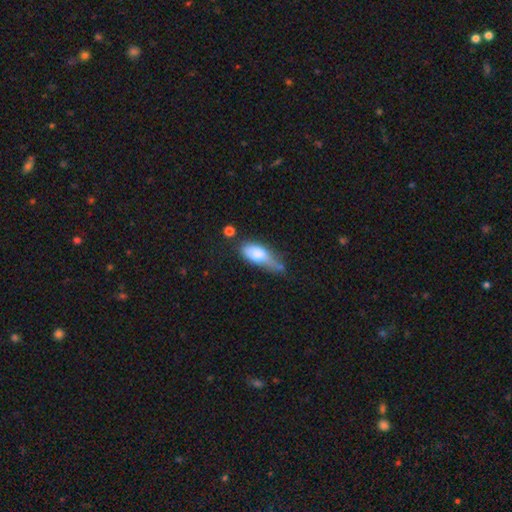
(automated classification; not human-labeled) A smooth galaxy with no disk features (76%) that is in between round and cigar-shaped (80%).

Vote fractions:
- Smooth or featured? smooth: 76% / featured or disk: 17% / star or artifact: 7%
- How rounded? in between: 80% / cigar-shaped: 16% / round: 4%
- Merging? minor disturbance: 37% / none: 26% / major disturbance: 23% / merger: 14%